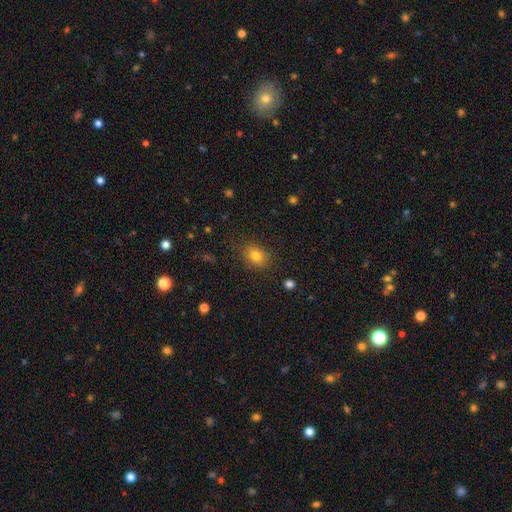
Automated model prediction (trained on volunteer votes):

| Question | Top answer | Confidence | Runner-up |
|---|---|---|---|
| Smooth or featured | smooth | 81% | star or artifact (12%) |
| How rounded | in between | 55% | round (44%) |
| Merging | none | 82% | minor disturbance (13%) |